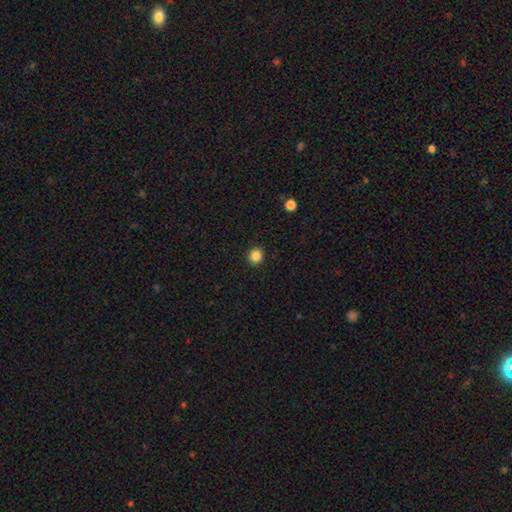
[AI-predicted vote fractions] Q: Smooth or featured?
A: smooth (85%); runner-up: star or artifact (11%)
Q: How rounded?
A: round (90%); runner-up: in between (9%)
Q: Merging?
A: none (93%); runner-up: minor disturbance (5%)